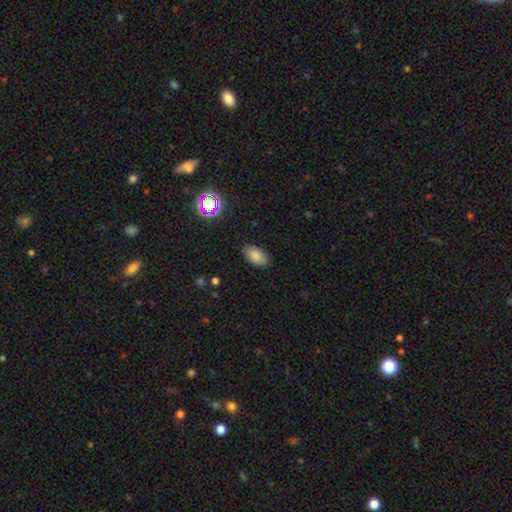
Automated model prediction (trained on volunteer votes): This appears to be a smooth galaxy with no disk features (84%) that is in between round and cigar-shaped (94%). Merging: none (86%).